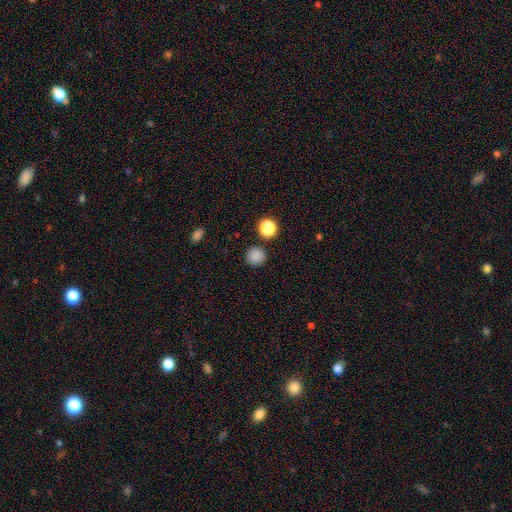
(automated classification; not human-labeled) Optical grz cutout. It shows a smooth galaxy with no disk features (84%) that is round (93%). Merging: none (88%).